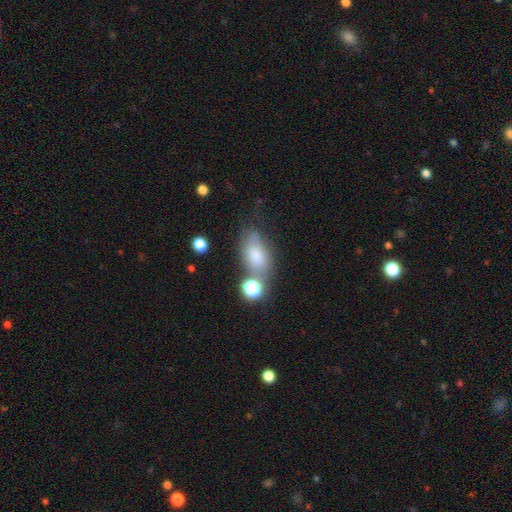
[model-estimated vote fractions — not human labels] Overall: smooth (67%). How rounded: in between (83%). Merging: none (47%; minor disturbance 25%).